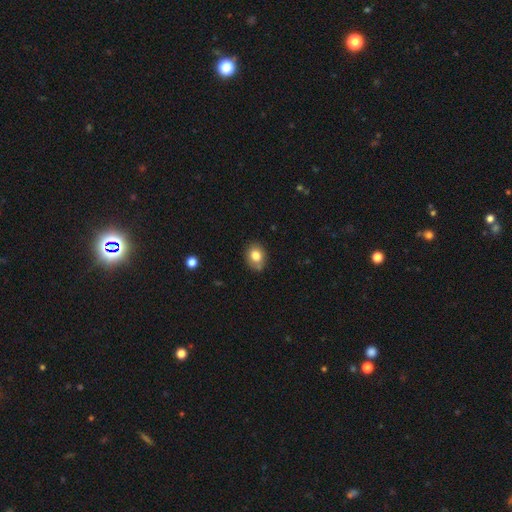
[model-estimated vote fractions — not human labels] smooth-or-featured: smooth: 80% | featured or disk: 10% | star or artifact: 10%
  how-rounded: in between: 54% | round: 45% | cigar-shaped: 1%
  merging: none: 76% | minor disturbance: 18% | major disturbance: 3% | merger: 2%